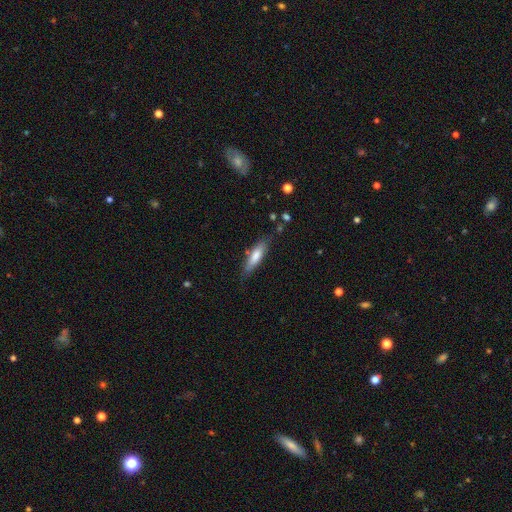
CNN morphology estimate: smooth-or-featured: smooth: 72% | featured or disk: 22% | star or artifact: 6%
  how-rounded: cigar-shaped: 66% | in between: 33% | round: 1%
  merging: none: 77% | minor disturbance: 17% | major disturbance: 3% | merger: 3%